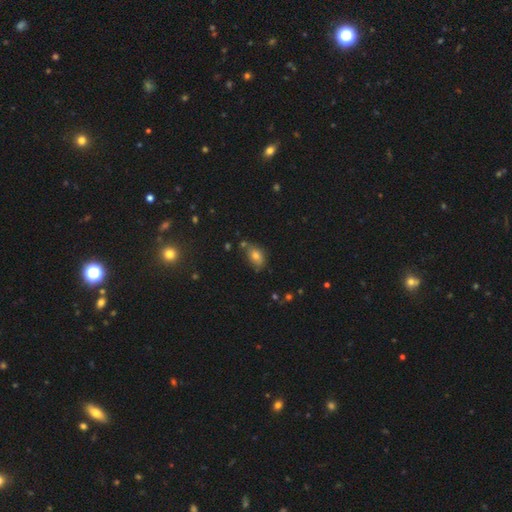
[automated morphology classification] smooth-or-featured: smooth: 76% | star or artifact: 13% | featured or disk: 11%
  how-rounded: in between: 81% | round: 17% | cigar-shaped: 2%
  merging: none: 61% | minor disturbance: 24% | merger: 10% | major disturbance: 6%